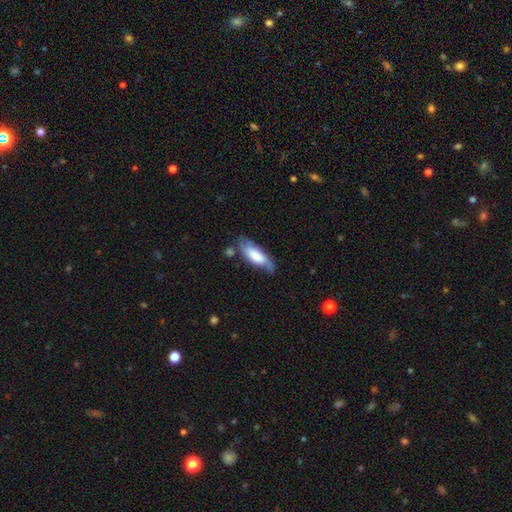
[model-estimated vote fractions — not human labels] Q: Smooth or featured?
A: smooth (56%); runner-up: featured or disk (38%)
Q: How rounded?
A: in between (66%); runner-up: cigar-shaped (32%)
Q: Merging?
A: none (55%); runner-up: minor disturbance (28%)